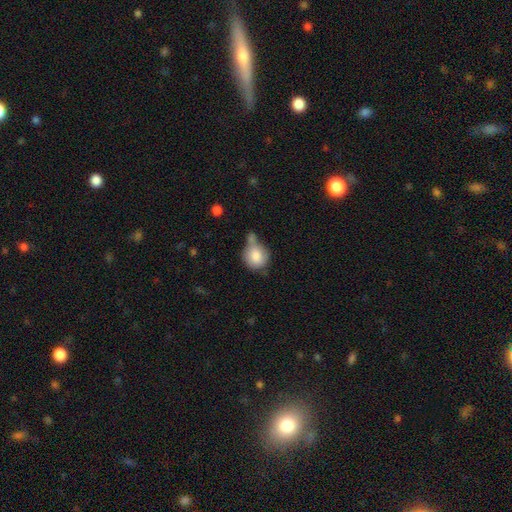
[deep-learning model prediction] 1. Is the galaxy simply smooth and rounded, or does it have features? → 82% smooth, 11% featured or disk, 7% star or artifact.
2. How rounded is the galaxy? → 83% round, 16% in between, 1% cigar-shaped.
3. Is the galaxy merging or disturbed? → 40% none, 30% merger, 21% minor disturbance, 8% major disturbance.